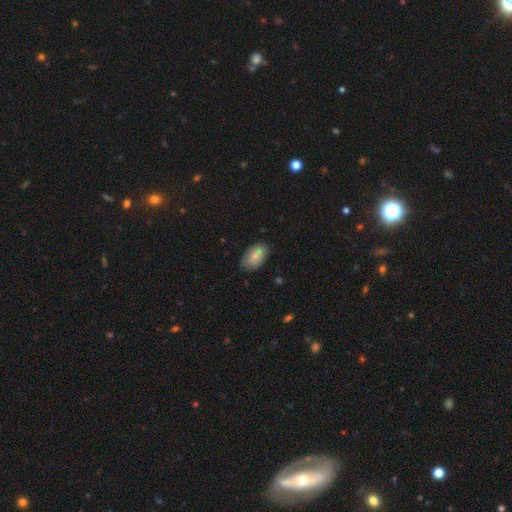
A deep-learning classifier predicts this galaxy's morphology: Smooth or featured? smooth (76%)
How rounded? in between (93%)
Merging? none (78%)